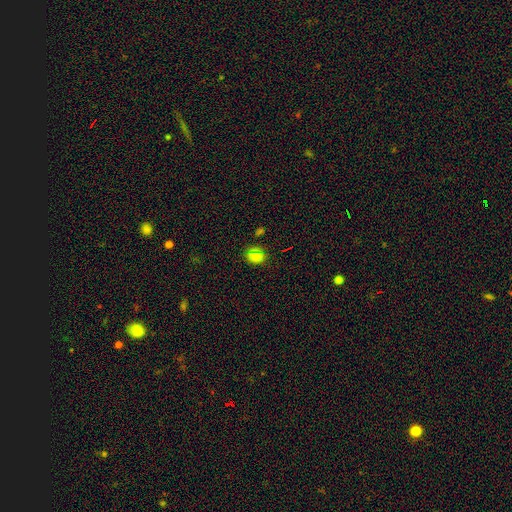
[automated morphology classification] Overall: smooth (68%). How rounded: in between (50%; round 48%). Merging: none (83%).